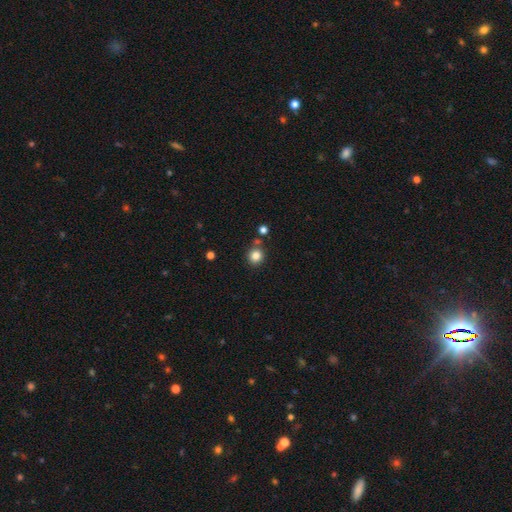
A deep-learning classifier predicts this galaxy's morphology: The model was most divided on "merging": none: 78%, merger: 10%, minor disturbance: 9%, major disturbance: 3%. More confident: how rounded — round (88%); smooth or featured — smooth (83%).